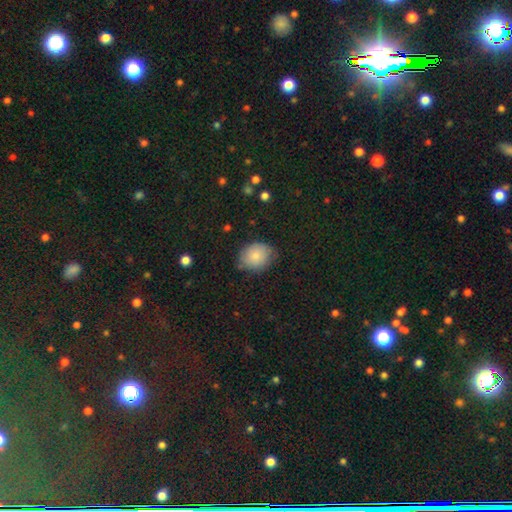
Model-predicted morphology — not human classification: A smooth galaxy with no disk features (82%) that is round (57%).

Vote fractions:
- Smooth or featured? smooth: 82% / featured or disk: 10% / star or artifact: 8%
- How rounded? round: 57% / in between: 42% / cigar-shaped: 1%
- Merging? none: 73% / minor disturbance: 21% / major disturbance: 4% / merger: 2%